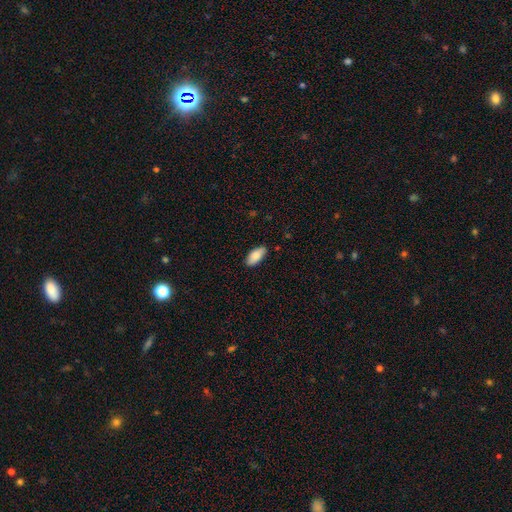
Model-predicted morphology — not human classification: Smooth or featured: smooth — 87% (featured or disk — 7%)
How rounded: in between — 91% (cigar-shaped — 7%)
Merging: none — 85% (minor disturbance — 12%)